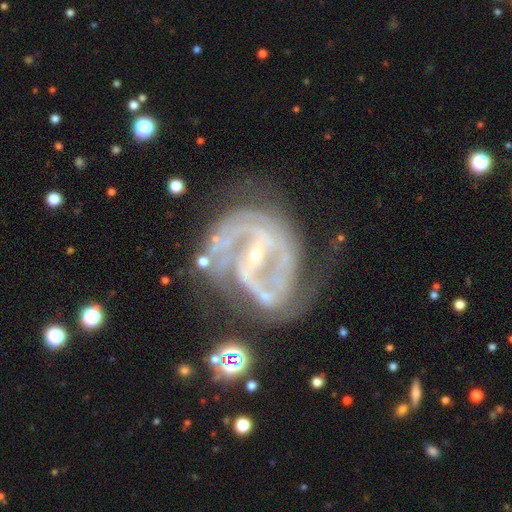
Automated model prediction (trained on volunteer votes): The model was most divided on "spiral winding": medium: 45%, tight: 41%, loose: 14%. Remaining: edge-on disk — no (97%); spiral arms — yes (93%); smooth or featured — featured or disk (89%); bulge size — small (83%); bar — strong (56%); spiral arm count — 2 (55%); merging — none (47%).